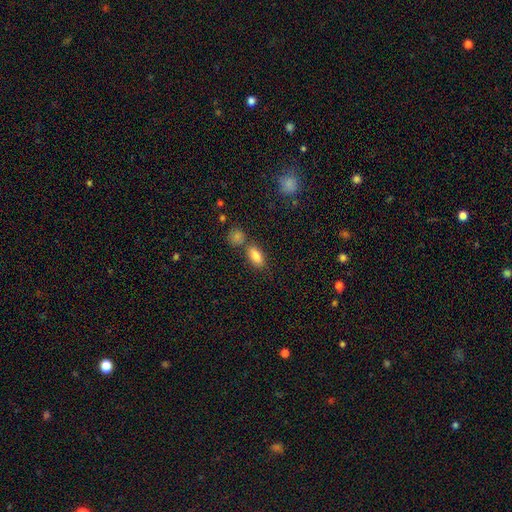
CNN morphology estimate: smooth-or-featured: smooth: 83% | featured or disk: 9% | star or artifact: 9%
  how-rounded: in between: 85% | cigar-shaped: 10% | round: 5%
  merging: none: 69% | merger: 16% | minor disturbance: 12% | major disturbance: 3%